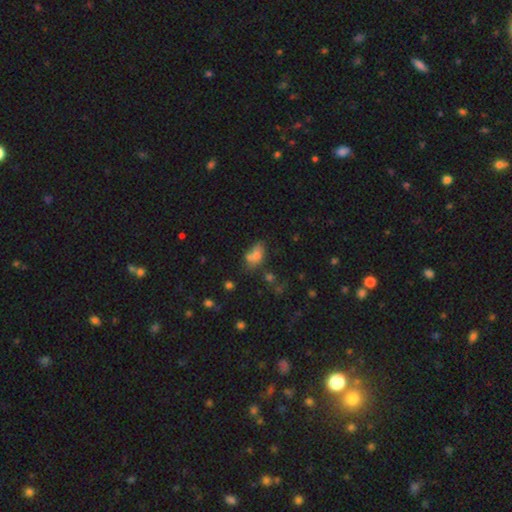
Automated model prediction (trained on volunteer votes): This is likely a smooth galaxy (67%). How rounded: clearly in between (81%). Merging: marginally none (36%).